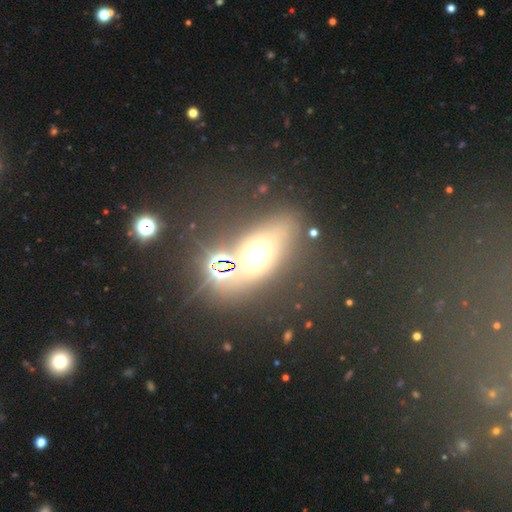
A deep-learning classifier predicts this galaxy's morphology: Smooth or featured?
  - smooth: 41% *
  - featured or disk: 31%
  - star or artifact: 28%
Merging?
  - none: 68% *
  - minor disturbance: 14%
  - major disturbance: 10%
  - merger: 8%